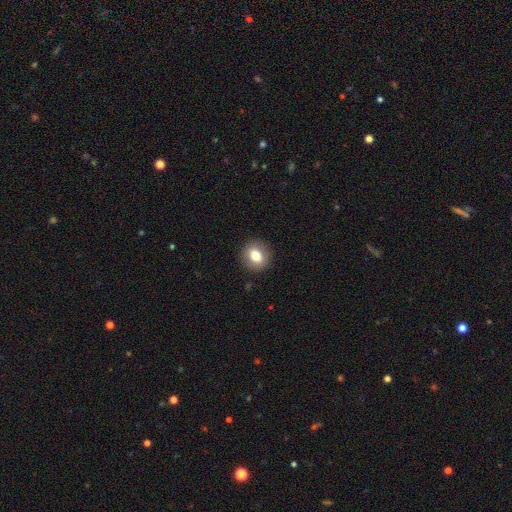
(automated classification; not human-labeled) Morphology: type=smooth (76%); roundness=round (78%); merging=none (90%).